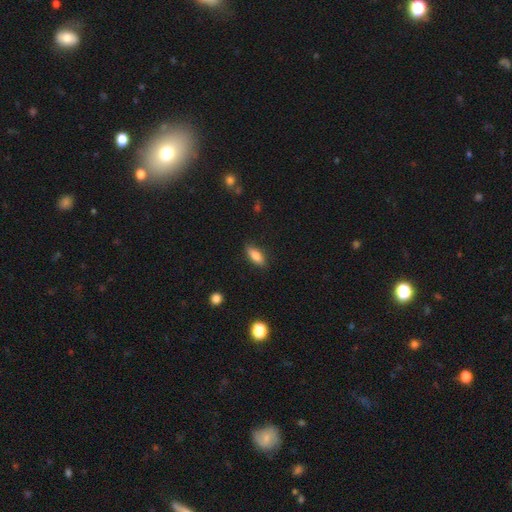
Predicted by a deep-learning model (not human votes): Smooth or featured?
  - smooth: 80% *
  - featured or disk: 13%
  - star or artifact: 8%
How rounded?
  - in between: 77% *
  - cigar-shaped: 20%
  - round: 3%
Merging?
  - none: 85% *
  - minor disturbance: 11%
  - major disturbance: 2%
  - merger: 1%